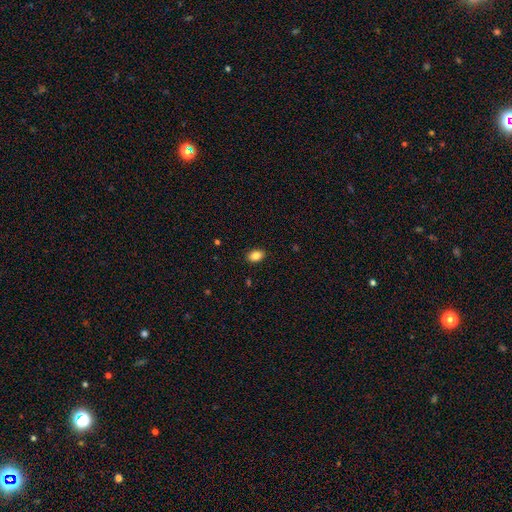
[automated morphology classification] type=smooth (86%); roundness=in between (80%); merging=none (89%).